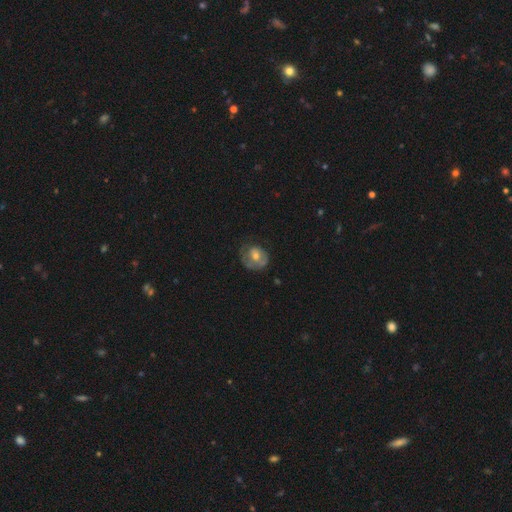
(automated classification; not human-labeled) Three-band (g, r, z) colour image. It shows a featured or disk galaxy (49%). Merging: none (52%).